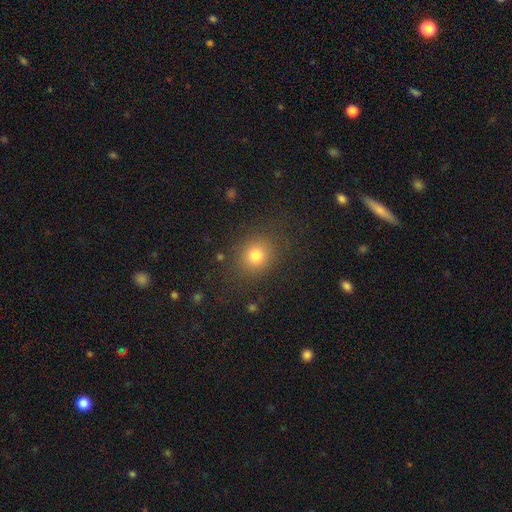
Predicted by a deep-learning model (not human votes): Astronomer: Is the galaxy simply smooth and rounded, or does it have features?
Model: smooth — 78%.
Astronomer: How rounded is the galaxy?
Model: round — 69%.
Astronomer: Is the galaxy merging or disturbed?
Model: none — 82%.